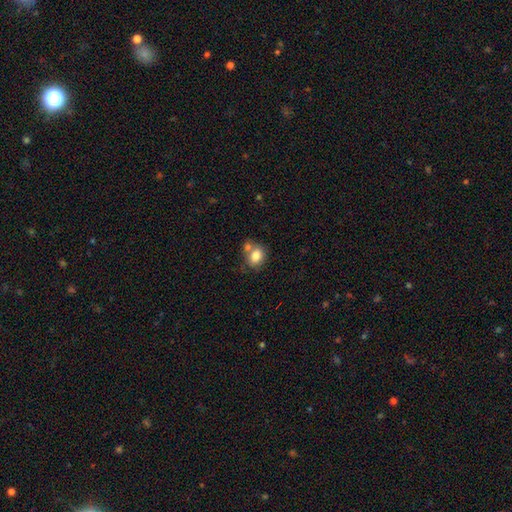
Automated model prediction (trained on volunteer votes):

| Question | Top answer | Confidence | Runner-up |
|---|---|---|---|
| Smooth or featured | smooth | 81% | featured or disk (10%) |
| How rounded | in between | 57% | round (42%) |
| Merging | none | 47% | merger (33%) |